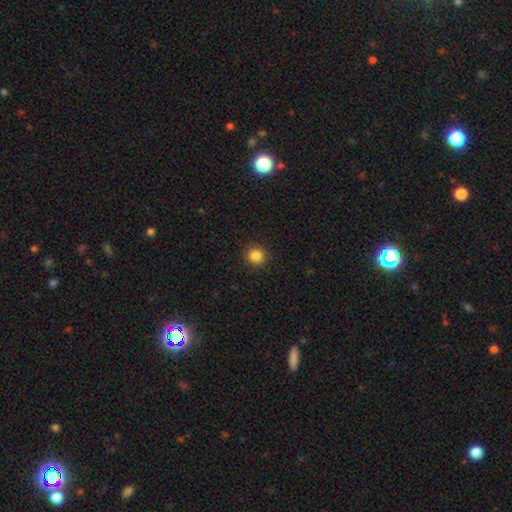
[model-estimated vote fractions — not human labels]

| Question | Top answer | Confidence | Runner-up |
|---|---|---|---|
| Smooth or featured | smooth | 85% | star or artifact (11%) |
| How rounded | round | 94% | in between (5%) |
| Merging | none | 92% | minor disturbance (5%) |